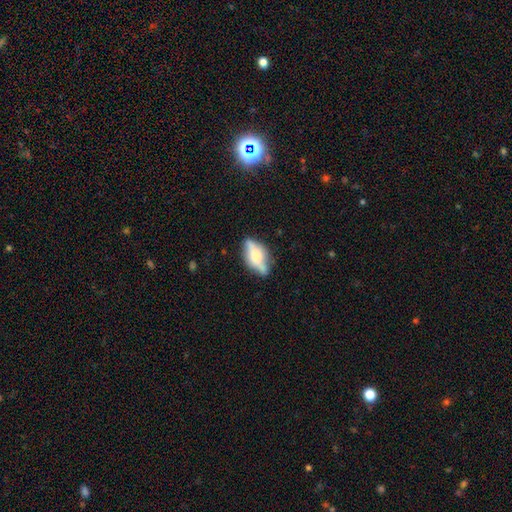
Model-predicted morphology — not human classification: Smooth or featured? featured or disk (55%)
Edge-on disk? yes (81%)
Merging? none (71%)